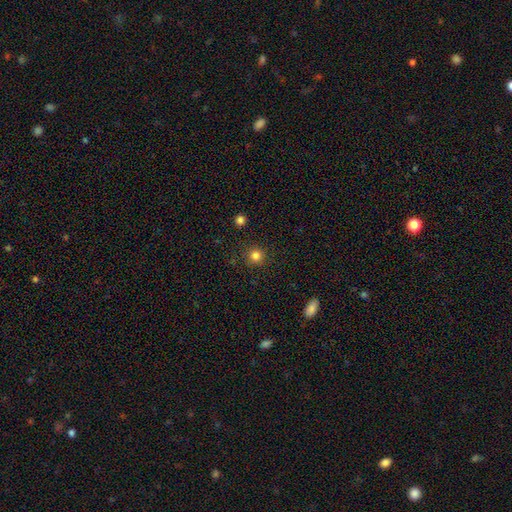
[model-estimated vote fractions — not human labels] Smooth or featured?
  - smooth: 83% *
  - star or artifact: 13%
  - featured or disk: 5%
How rounded?
  - round: 93% *
  - in between: 6%
  - cigar-shaped: 1%
Merging?
  - none: 90% *
  - minor disturbance: 6%
  - major disturbance: 2%
  - merger: 1%